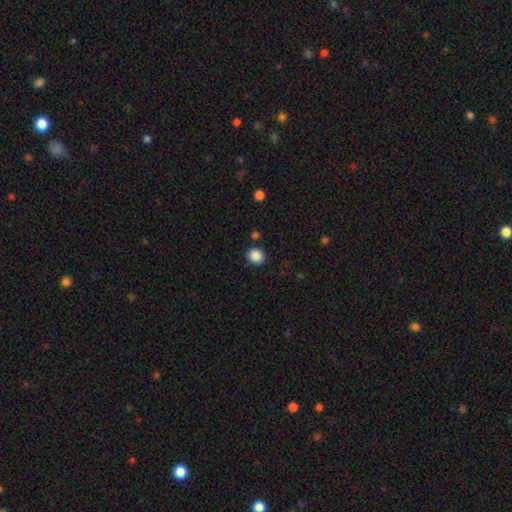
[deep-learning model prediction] smooth 88%, star or artifact 10%, featured or disk 3%. Down the decision tree: how rounded — round (88%); merging — none (88%).